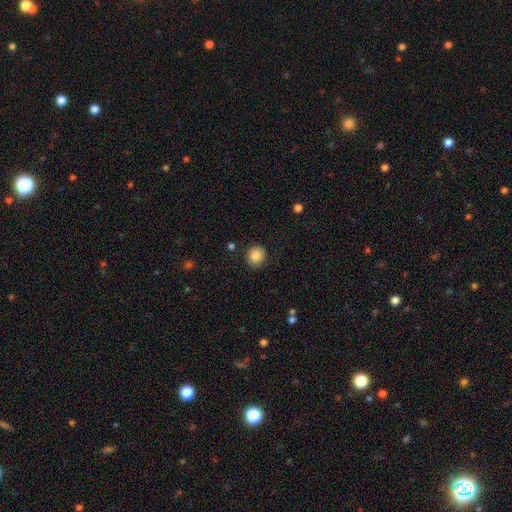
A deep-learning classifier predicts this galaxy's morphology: smooth 85%, star or artifact 9%, featured or disk 6%. Down the decision tree: how rounded — round (86%); merging — none (89%).